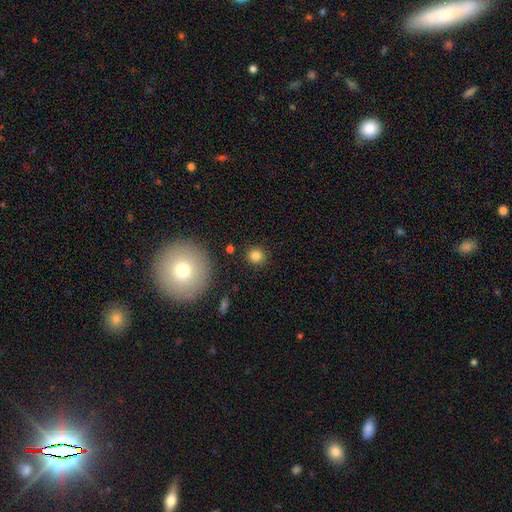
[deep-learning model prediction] Overall: smooth (82%). How rounded: round (91%). Merging: none (89%).